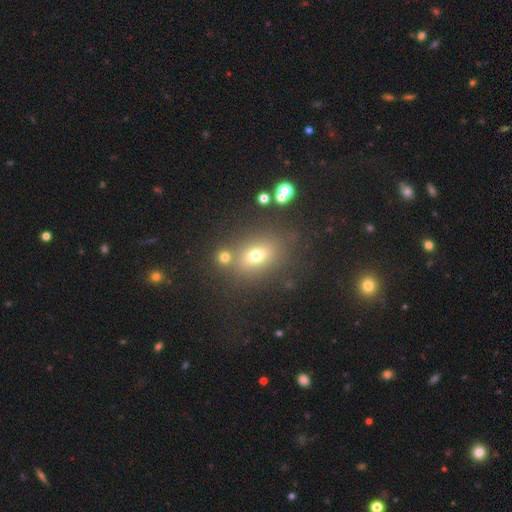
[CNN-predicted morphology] Q: Smooth or featured?
A: smooth (67%); runner-up: star or artifact (17%)
Q: How rounded?
A: in between (67%); runner-up: round (29%)
Q: Merging?
A: none (69%); runner-up: merger (14%)